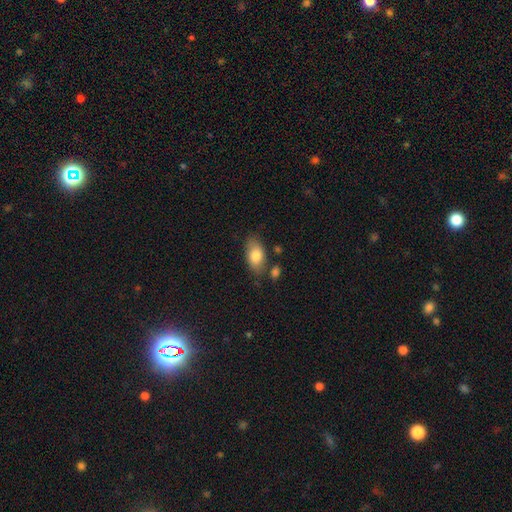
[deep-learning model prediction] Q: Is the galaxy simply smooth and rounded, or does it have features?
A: smooth — 81%.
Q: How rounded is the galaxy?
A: in between — 92%.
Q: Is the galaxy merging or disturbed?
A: none — 74%.